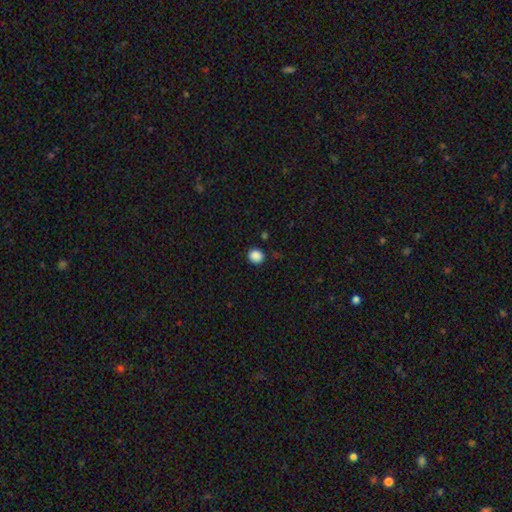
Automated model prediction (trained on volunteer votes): The model was most divided on "how rounded": round: 82%, in between: 17%, cigar-shaped: 1%. More confident: merging — none (89%); smooth or featured — smooth (88%).